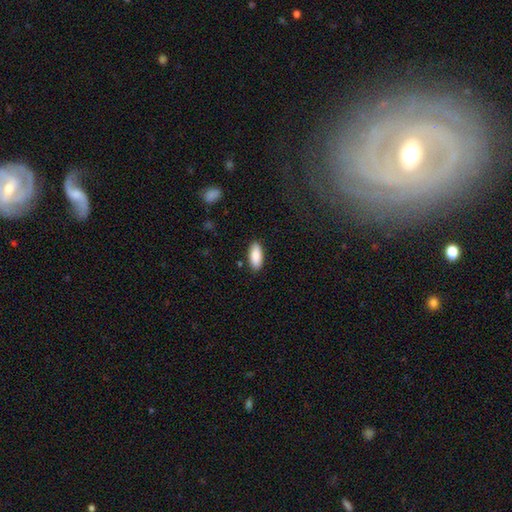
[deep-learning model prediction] smooth_or_featured: smooth (p=0.89) [alt: star or artifact p=0.06]
how_rounded: in between (p=0.83) [alt: cigar-shaped p=0.15]
merging: none (p=0.87) [alt: minor disturbance p=0.09]